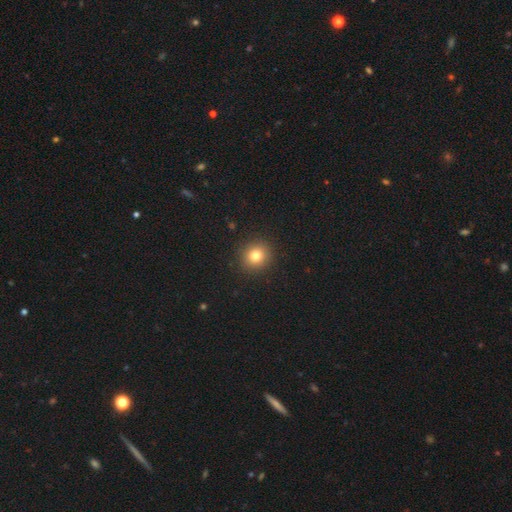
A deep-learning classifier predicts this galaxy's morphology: This is likely a smooth galaxy (80%). How rounded: clearly round (87%). Merging: clearly none (91%).